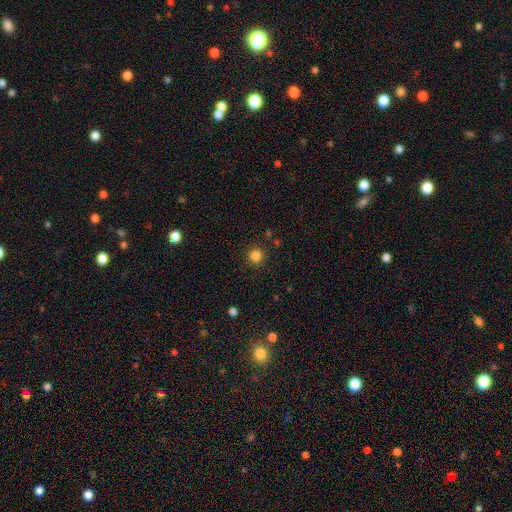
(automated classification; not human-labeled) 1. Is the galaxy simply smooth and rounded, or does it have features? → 83% smooth, 13% star or artifact, 4% featured or disk.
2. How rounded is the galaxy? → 94% round, 5% in between, 1% cigar-shaped.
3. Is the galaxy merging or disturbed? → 90% none, 6% minor disturbance, 2% major disturbance, 2% merger.